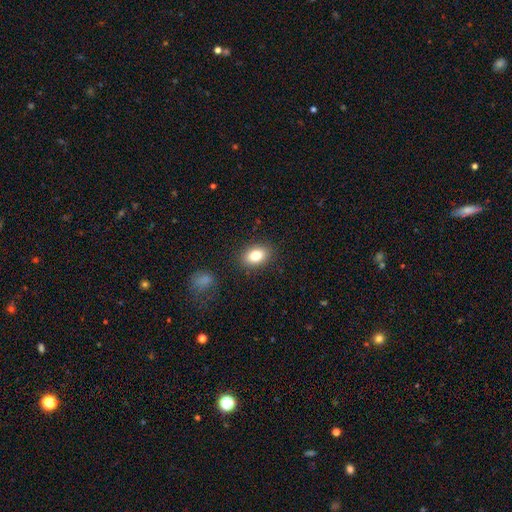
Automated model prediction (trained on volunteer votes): Smooth or featured? smooth (82%)
How rounded? in between (80%)
Merging? none (87%)